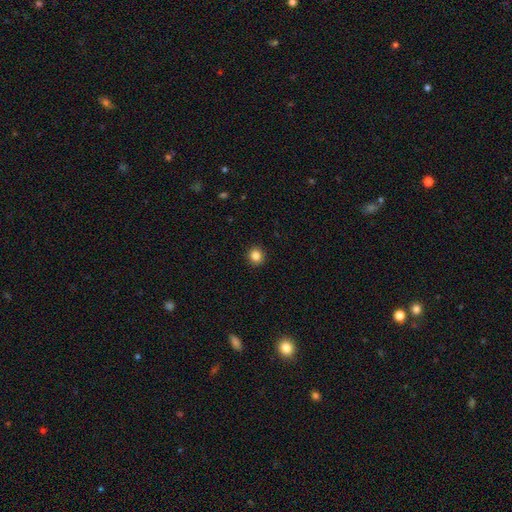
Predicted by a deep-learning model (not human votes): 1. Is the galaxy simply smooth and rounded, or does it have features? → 85% smooth, 11% star or artifact, 4% featured or disk.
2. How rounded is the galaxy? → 90% round, 9% in between, 1% cigar-shaped.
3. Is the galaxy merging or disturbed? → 93% none, 5% minor disturbance, 2% major disturbance, 1% merger.